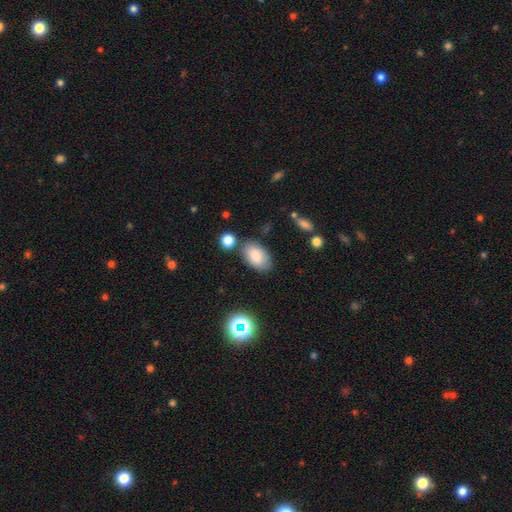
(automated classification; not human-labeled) Smooth or featured? smooth (83%)
How rounded? in between (93%)
Merging? none (75%)